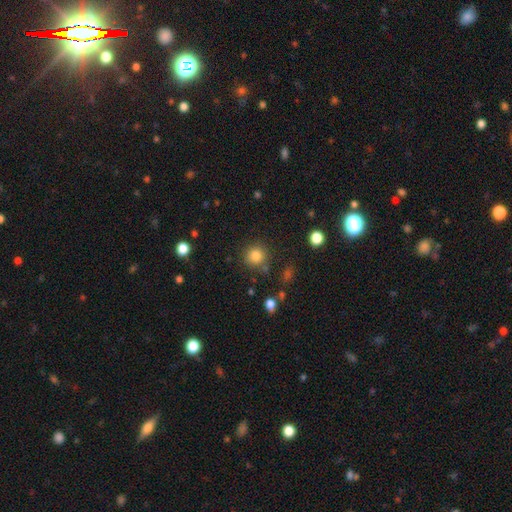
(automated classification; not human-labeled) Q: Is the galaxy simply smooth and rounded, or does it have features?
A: smooth — 83%.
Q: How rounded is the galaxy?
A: round — 90%.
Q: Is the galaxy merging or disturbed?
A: none — 81%.